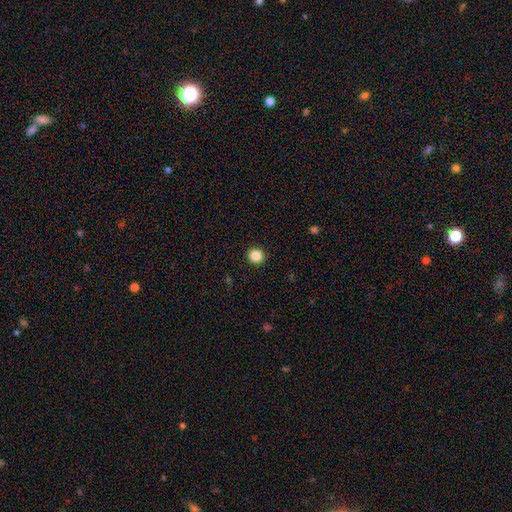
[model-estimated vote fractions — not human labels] Smooth or featured: smooth — 86% (star or artifact — 10%)
How rounded: round — 90% (in between — 9%)
Merging: none — 93% (minor disturbance — 5%)